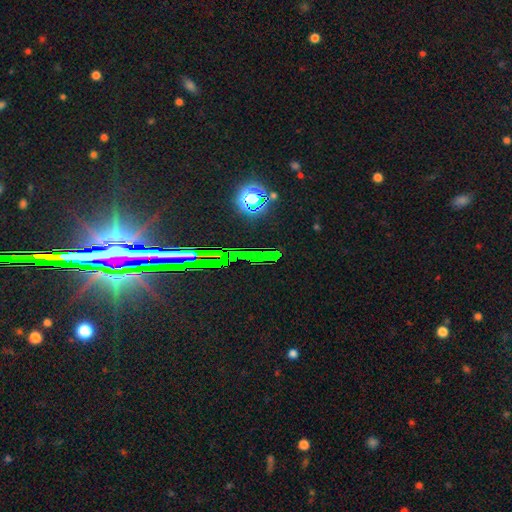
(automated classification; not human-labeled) Smooth or featured?
  - star or artifact: 78% *
  - featured or disk: 12%
  - smooth: 9%